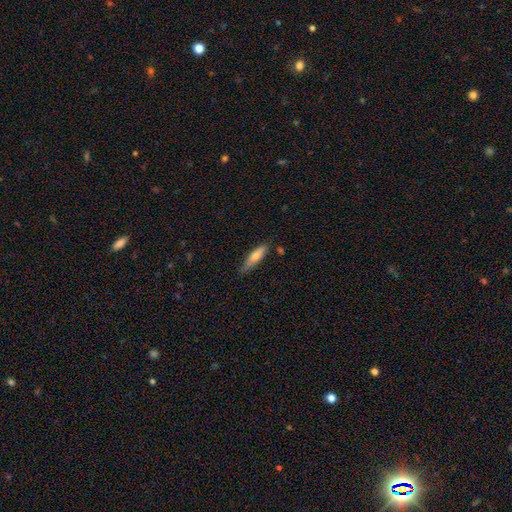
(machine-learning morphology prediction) Overall: smooth (69%). How rounded: cigar-shaped (70%). Merging: none (72%).